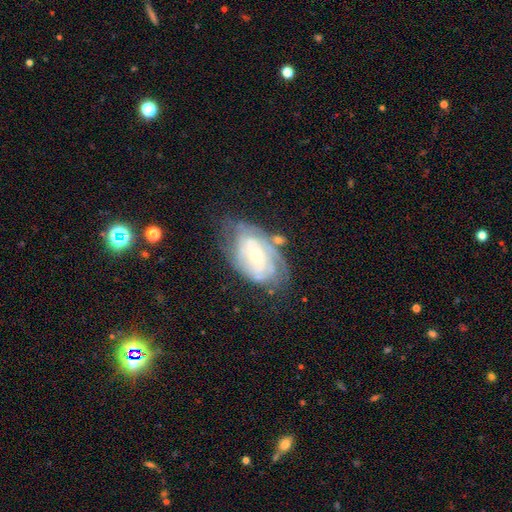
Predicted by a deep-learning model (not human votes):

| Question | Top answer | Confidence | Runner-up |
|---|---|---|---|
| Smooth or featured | featured or disk | 79% | smooth (14%) |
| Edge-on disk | no | 96% | yes (4%) |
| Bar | no | 50% | weak (38%) |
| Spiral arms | yes | 89% | no (11%) |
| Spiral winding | tight | 65% | medium (27%) |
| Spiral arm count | can't tell | 45% | 2 (25%) |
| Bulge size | small | 66% | moderate (29%) |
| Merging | none | 56% | minor disturbance (25%) |